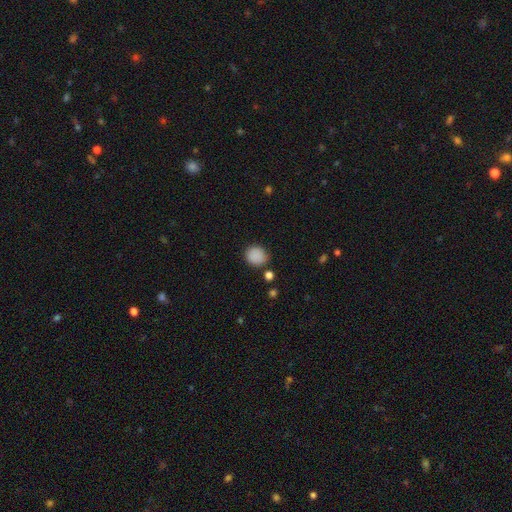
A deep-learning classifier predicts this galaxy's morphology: Smooth or featured?
  - smooth: 87% *
  - star or artifact: 9%
  - featured or disk: 4%
How rounded?
  - round: 77% *
  - in between: 22%
  - cigar-shaped: 1%
Merging?
  - none: 80% *
  - minor disturbance: 13%
  - merger: 4%
  - major disturbance: 4%